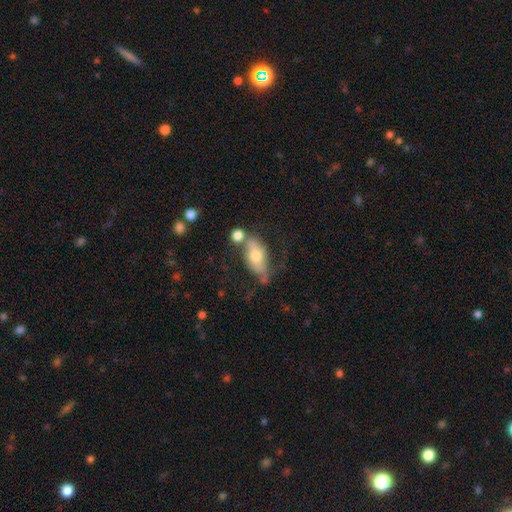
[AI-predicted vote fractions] This appears to be a smooth galaxy with no disk features (51%) that is in between round and cigar-shaped (79%). Merging: none (49%).